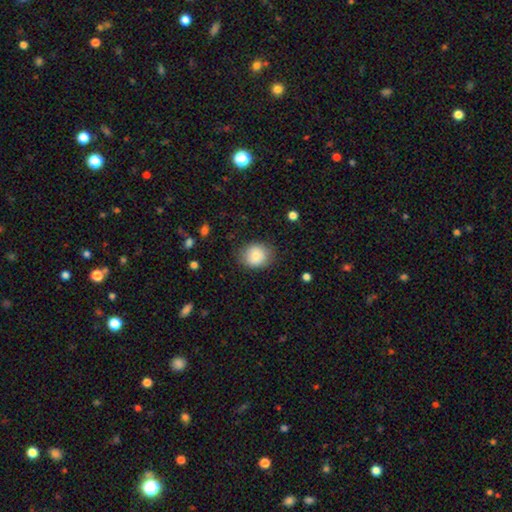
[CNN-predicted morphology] A smooth galaxy with no disk features (84%) that is round (74%).

Vote fractions:
- Smooth or featured? smooth: 84% / featured or disk: 8% / star or artifact: 8%
- How rounded? round: 74% / in between: 25% / cigar-shaped: 1%
- Merging? none: 82% / minor disturbance: 12% / major disturbance: 4% / merger: 1%